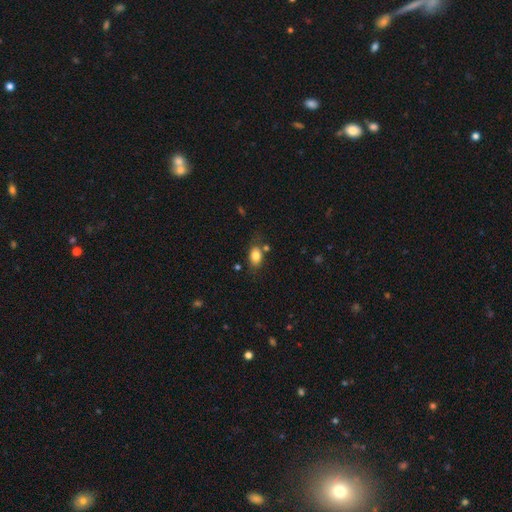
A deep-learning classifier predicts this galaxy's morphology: This appears to be a smooth galaxy with no disk features (80%) that is in between round and cigar-shaped (84%). Merging: none (70%).